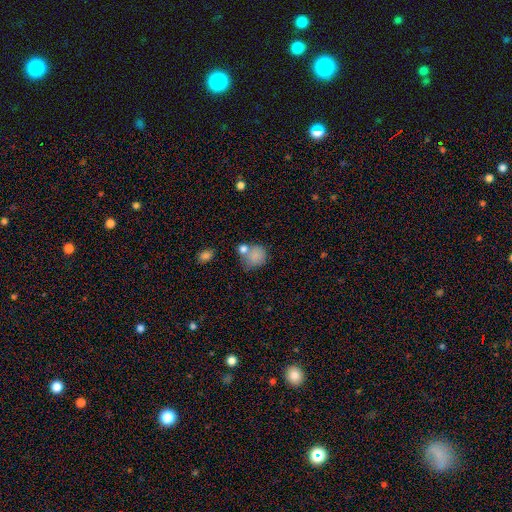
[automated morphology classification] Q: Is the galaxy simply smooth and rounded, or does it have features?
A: smooth — 80%.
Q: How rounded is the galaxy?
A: round — 73%.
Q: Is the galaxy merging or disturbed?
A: none — 45%.